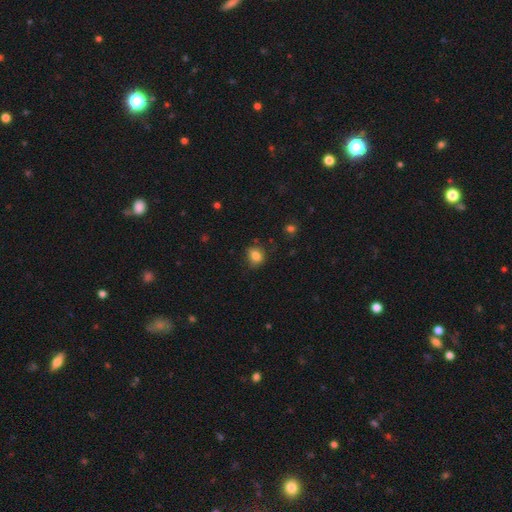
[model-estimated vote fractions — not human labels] smooth_or_featured: smooth (p=0.82) [alt: star or artifact p=0.10]
how_rounded: round (p=0.58) [alt: in between p=0.41]
merging: none (p=0.72) [alt: minor disturbance p=0.22]